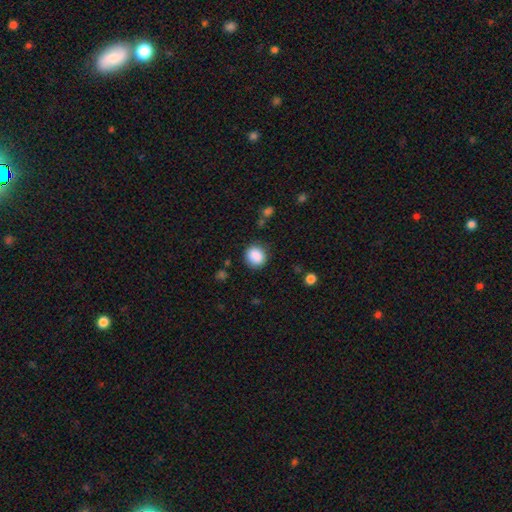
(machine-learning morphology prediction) This is clearly a smooth galaxy (88%). How rounded: clearly round (81%). Merging: clearly none (85%).